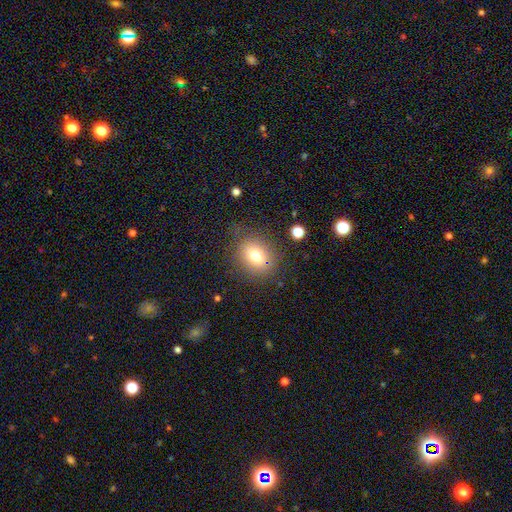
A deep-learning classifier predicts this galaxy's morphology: Smooth or featured: smooth — 74% (featured or disk — 14%)
How rounded: round — 59% (in between — 40%)
Merging: none — 77% (minor disturbance — 15%)